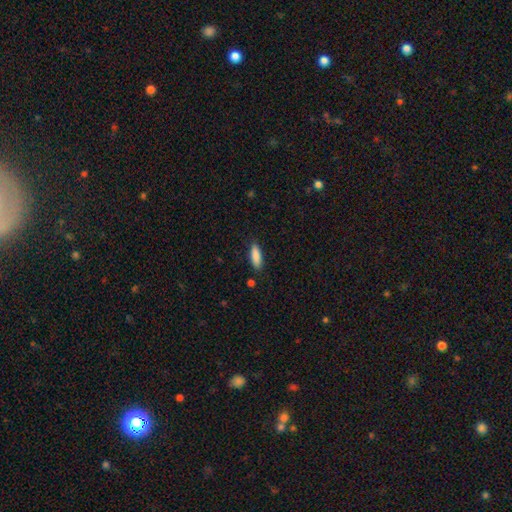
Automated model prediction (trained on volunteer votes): Smooth or featured? Predicted: smooth (p=0.88). How rounded? Predicted: in between (p=0.57). Merging? Predicted: none (p=0.84).